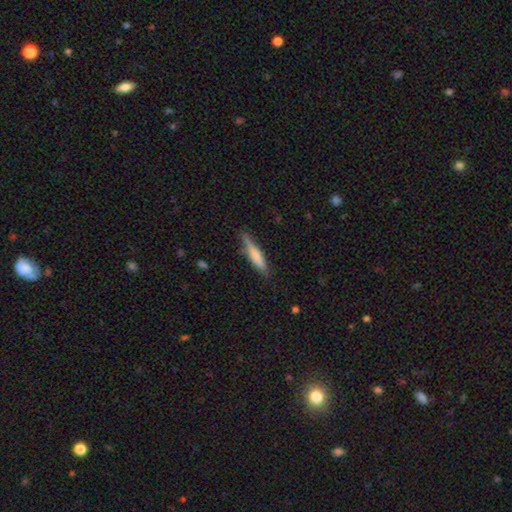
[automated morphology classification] Overall: smooth (66%; featured or disk 28%). How rounded: cigar-shaped (87%). Merging: none (75%).